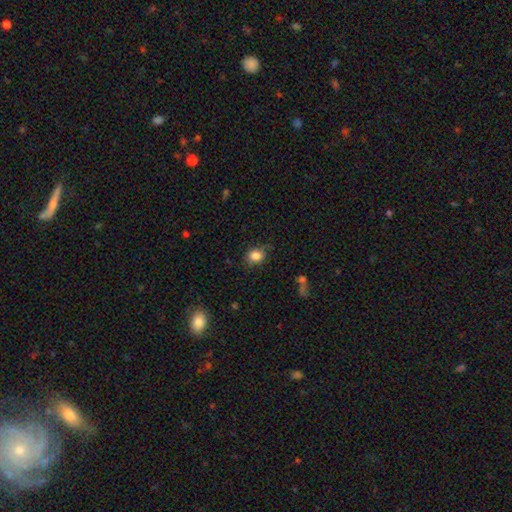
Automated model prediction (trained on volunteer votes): smooth_or_featured: smooth (p=0.84) [alt: star or artifact p=0.10]
how_rounded: round (p=0.60) [alt: in between p=0.39]
merging: none (p=0.69) [alt: minor disturbance p=0.23]